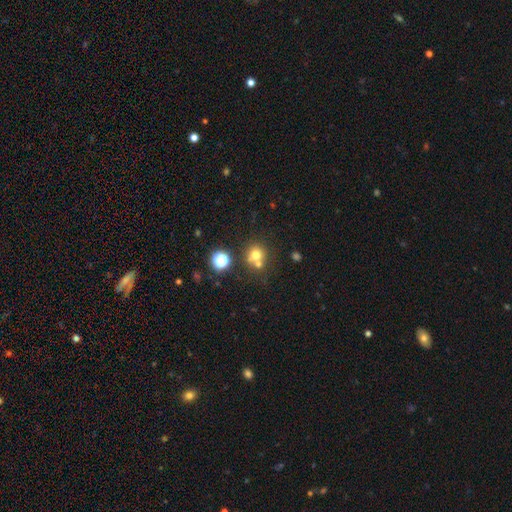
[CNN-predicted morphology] A smooth galaxy with no disk features (69%) that is round (86%).

Vote fractions:
- Smooth or featured? smooth: 69% / star or artifact: 19% / featured or disk: 12%
- How rounded? round: 86% / in between: 13% / cigar-shaped: 1%
- Merging? none: 54% / merger: 34% / minor disturbance: 9% / major disturbance: 4%